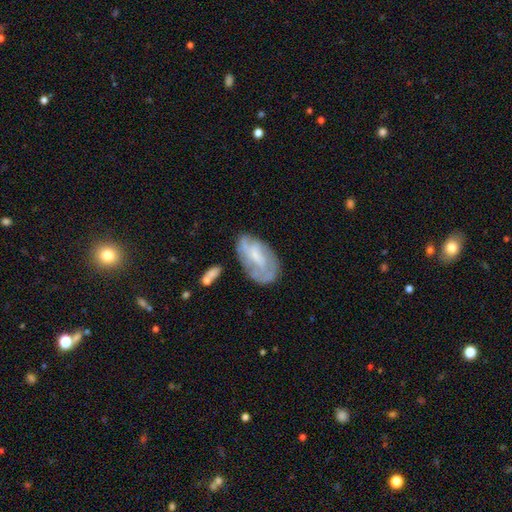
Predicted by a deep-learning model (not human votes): smooth-or-featured: featured or disk: 62% | smooth: 31% | star or artifact: 7%
  disk-edge-on: no: 95% | yes: 5%
    bar: weak: 45% | no: 40% | strong: 15%
    has-spiral-arms: yes: 72% | no: 28%
    bulge-size: small: 51% | moderate: 27% | none: 18% | large: 3% | dominant: 1%
  merging: none: 58% | minor disturbance: 25% | major disturbance: 12% | merger: 5%